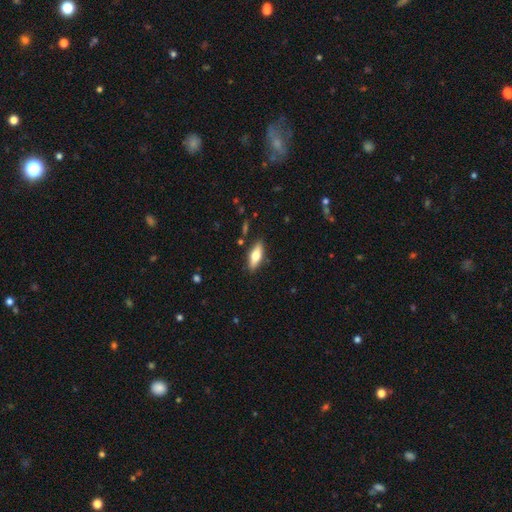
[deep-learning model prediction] smooth 61%, featured or disk 33%, star or artifact 6%. Down the decision tree: how rounded — in between (65%); merging — none (86%).